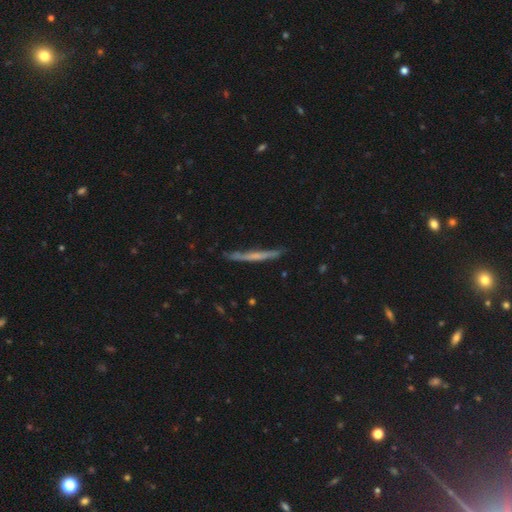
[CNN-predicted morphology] The model was most divided on "smooth or featured": featured or disk: 54%, smooth: 39%, star or artifact: 7%. More confident: edge-on disk — yes (95%); merging — none (81%); edge-on bulge — none (74%).